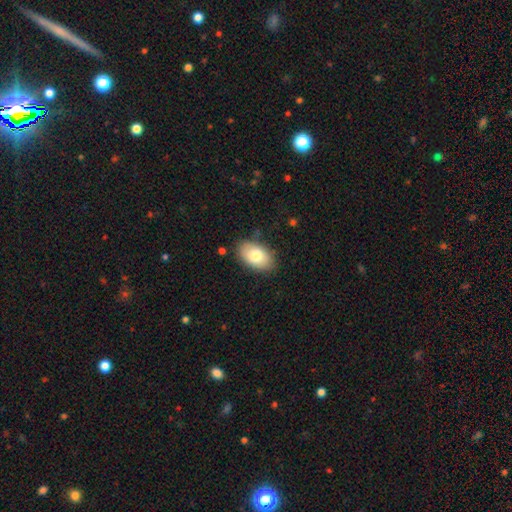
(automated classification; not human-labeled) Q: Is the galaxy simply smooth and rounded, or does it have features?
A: smooth — 78%.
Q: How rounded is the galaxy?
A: in between — 92%.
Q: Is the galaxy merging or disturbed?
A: none — 83%.